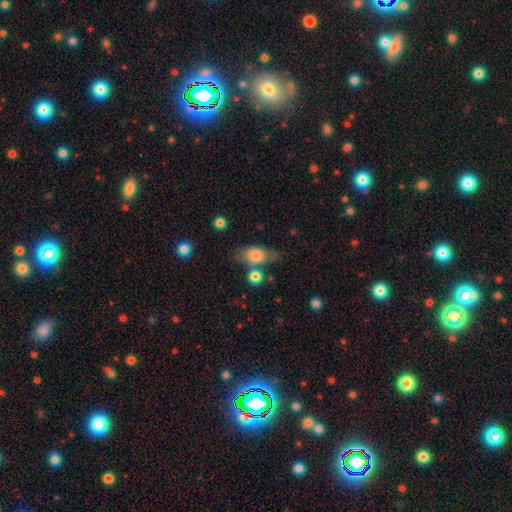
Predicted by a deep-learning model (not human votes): Smooth or featured?
  - smooth: 75% *
  - featured or disk: 18%
  - star or artifact: 8%
How rounded?
  - in between: 78% *
  - round: 15%
  - cigar-shaped: 7%
Merging?
  - none: 52% *
  - minor disturbance: 22%
  - merger: 16%
  - major disturbance: 9%